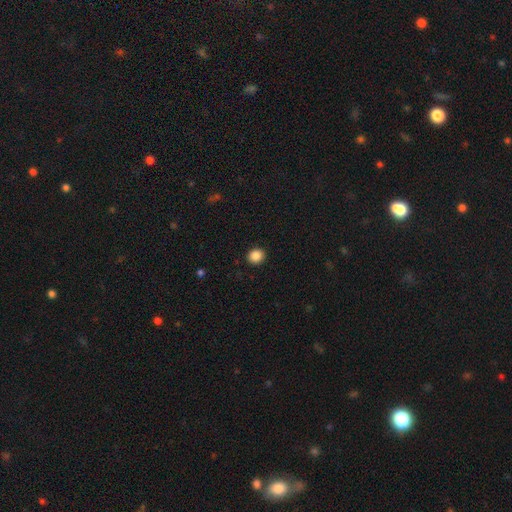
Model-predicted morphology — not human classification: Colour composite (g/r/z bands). It shows a smooth galaxy with no disk features (87%) that is round (83%). Merging: none (92%).